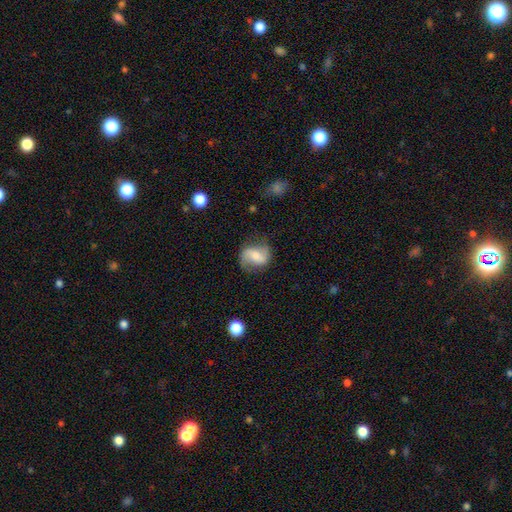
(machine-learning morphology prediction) smooth-or-featured: featured or disk: 59% | smooth: 34% | star or artifact: 8%
  disk-edge-on: no: 97% | yes: 3%
    bar: weak: 43% | no: 33% | strong: 24%
    has-spiral-arms: yes: 90% | no: 10%
      spiral-winding: loose: 47% | medium: 39% | tight: 15%
      spiral-arm-count: 2: 87% | can't tell: 5% | 1: 4% | 3: 1% | 4: 1% | more than 4: 1%
    bulge-size: moderate: 43% | small: 32% | none: 12% | large: 11% | dominant: 2%
  merging: none: 69% | minor disturbance: 21% | major disturbance: 9% | merger: 2%